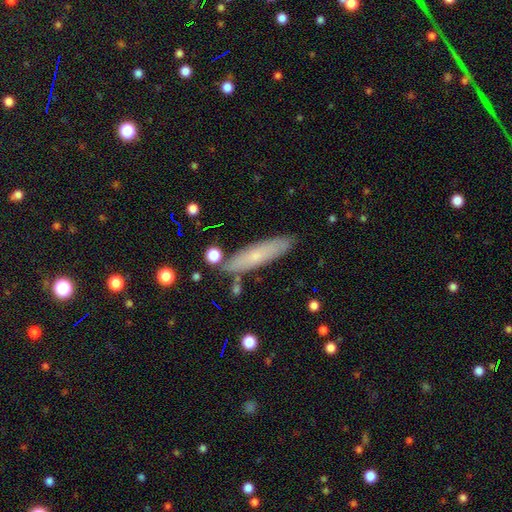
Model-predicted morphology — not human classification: Overall: smooth (62%; featured or disk 30%). How rounded: cigar-shaped (80%). Merging: none (82%).